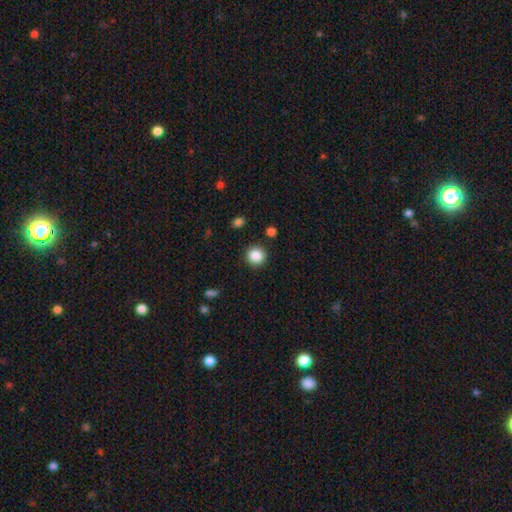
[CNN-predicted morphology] This appears to be a smooth galaxy with no disk features (87%) that is round (93%). Merging: none (91%).